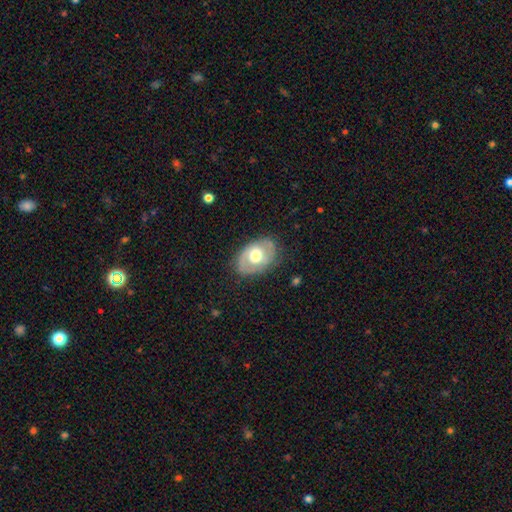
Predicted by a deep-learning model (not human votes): This is likely a featured or disk galaxy (61%). It is clearly not viewed edge-on (94%). Bar: likely no (69%). Spiral arm pattern: possibly yes (58%). Central bulge: likely moderate (60%). Merging: likely none (75%).